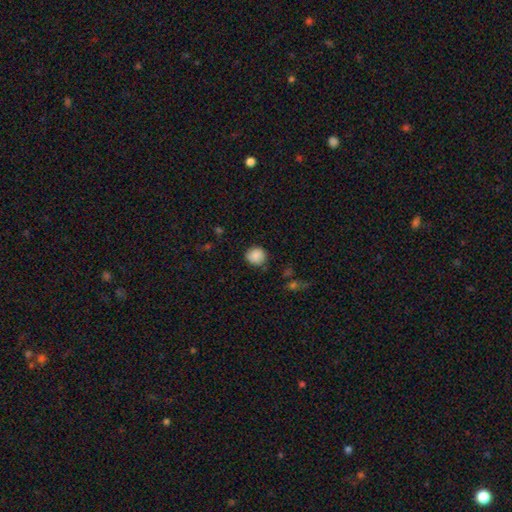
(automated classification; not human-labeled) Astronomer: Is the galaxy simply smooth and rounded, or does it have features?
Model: smooth — 88%.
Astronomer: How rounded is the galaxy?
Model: round — 87%.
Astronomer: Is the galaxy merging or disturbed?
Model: none — 84%.